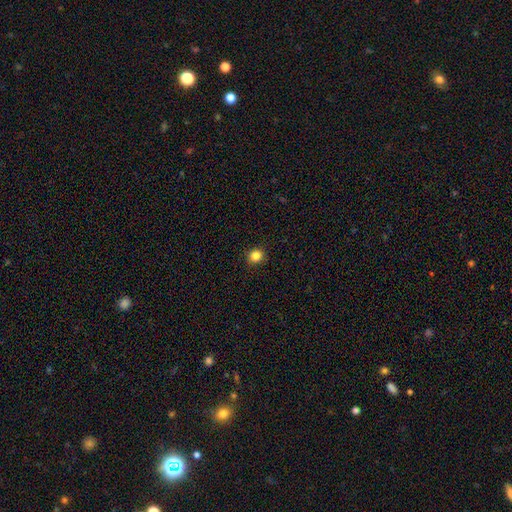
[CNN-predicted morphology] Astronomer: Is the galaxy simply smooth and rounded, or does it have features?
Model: smooth — 85%.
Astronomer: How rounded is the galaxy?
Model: round — 81%.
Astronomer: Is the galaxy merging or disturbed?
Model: none — 92%.